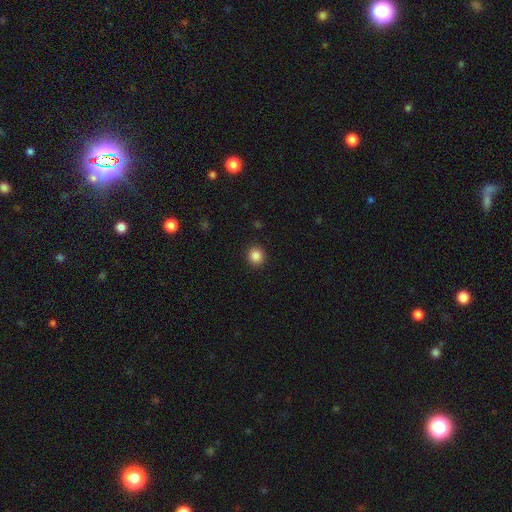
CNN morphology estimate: Q: Smooth or featured?
A: smooth (86%); runner-up: star or artifact (11%)
Q: How rounded?
A: round (92%); runner-up: in between (7%)
Q: Merging?
A: none (92%); runner-up: minor disturbance (5%)